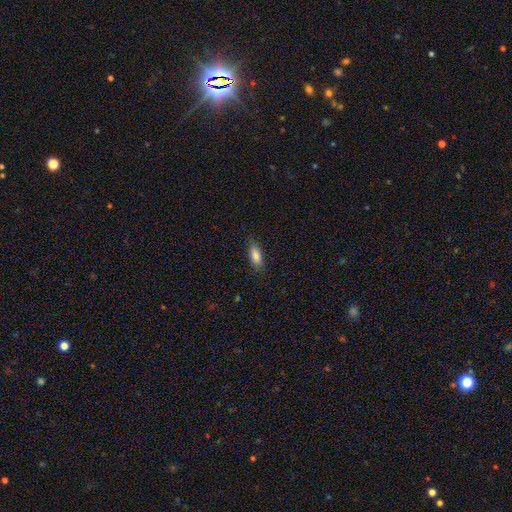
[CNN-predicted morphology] Smooth or featured? Predicted: smooth (p=0.86). How rounded? Predicted: in between (p=0.76). Merging? Predicted: none (p=0.86).